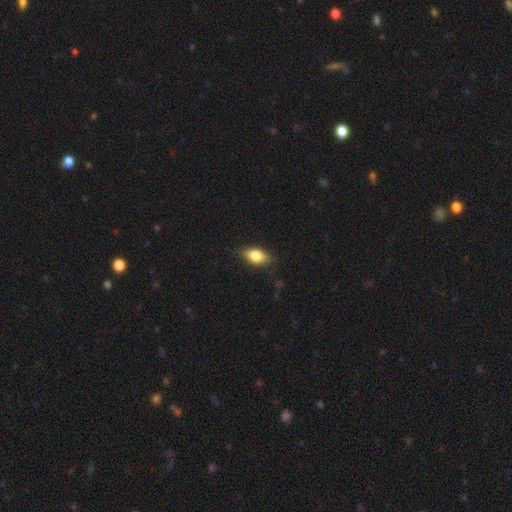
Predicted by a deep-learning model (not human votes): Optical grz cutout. It shows a smooth galaxy with no disk features (77%) that is in between round and cigar-shaped (85%). Merging: none (81%).